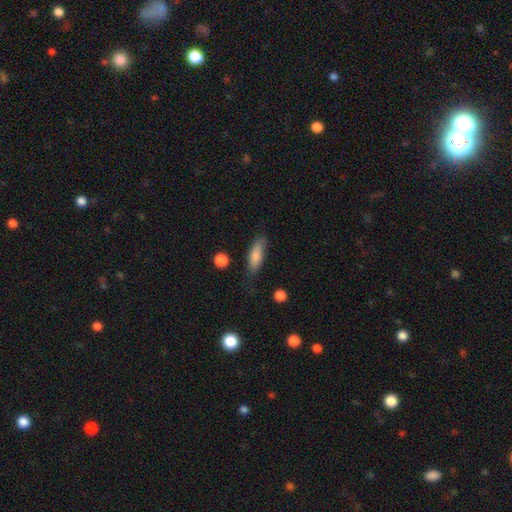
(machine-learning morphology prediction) Smooth or featured? Predicted: smooth (p=0.82). How rounded? Predicted: in between (p=0.56). Merging? Predicted: none (p=0.69).